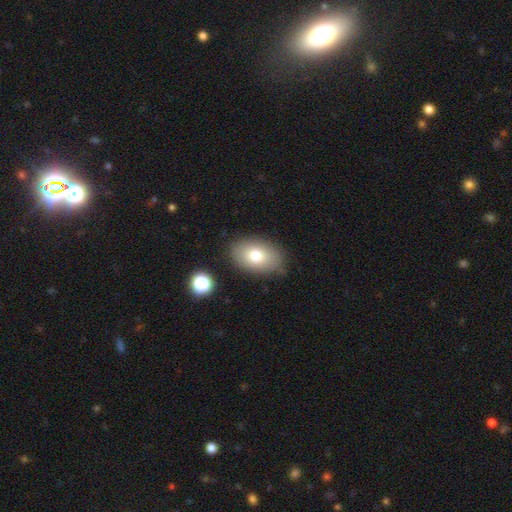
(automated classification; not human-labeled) The model was most divided on "smooth or featured": smooth: 76%, featured or disk: 15%, star or artifact: 9%. More confident: how rounded — in between (86%); merging — none (81%).